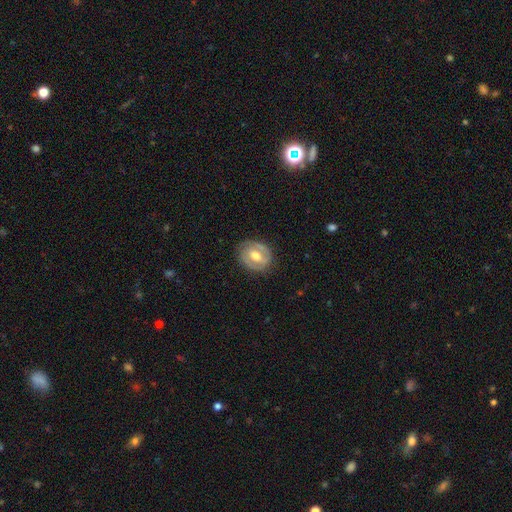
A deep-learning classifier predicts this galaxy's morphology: Smooth or featured?
  - featured or disk: 66% *
  - smooth: 28%
  - star or artifact: 6%
Edge-on disk?
  - no: 96% *
  - yes: 4%
Bar?
  - weak: 44% *
  - strong: 29%
  - no: 27%
Spiral arms?
  - yes: 62% *
  - no: 38%
Bulge size?
  - moderate: 72% *
  - large: 14%
  - small: 12%
  - none: 1%
  - dominant: 1%
Merging?
  - none: 78% *
  - minor disturbance: 15%
  - major disturbance: 5%
  - merger: 1%